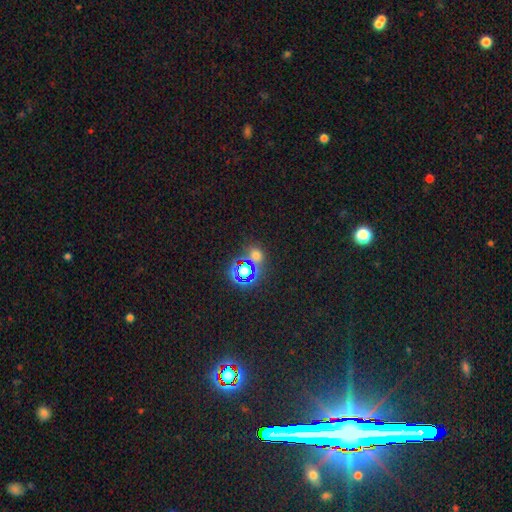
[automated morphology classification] This is possibly a smooth galaxy (50%). Merging: likely none (67%).